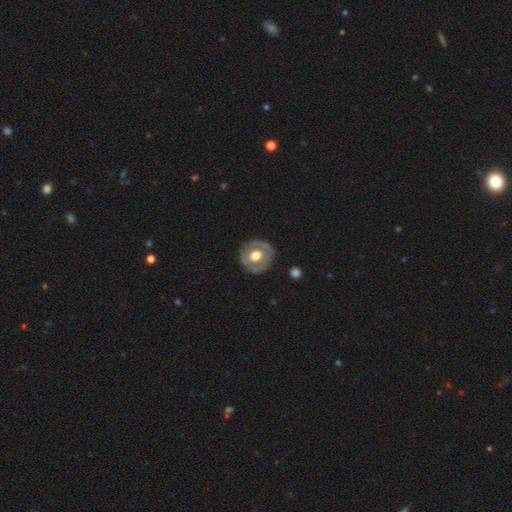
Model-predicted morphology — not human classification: smooth_or_featured: featured or disk (p=0.58) [alt: smooth p=0.37]
disk_edge_on: no (p=0.96) [alt: yes p=0.04]
bar: no (p=0.68) [alt: weak p=0.24]
has_spiral_arms: no (p=0.68) [alt: yes p=0.32]
bulge_size: moderate (p=0.60) [alt: large p=0.33]
merging: none (p=0.81) [alt: minor disturbance p=0.13]